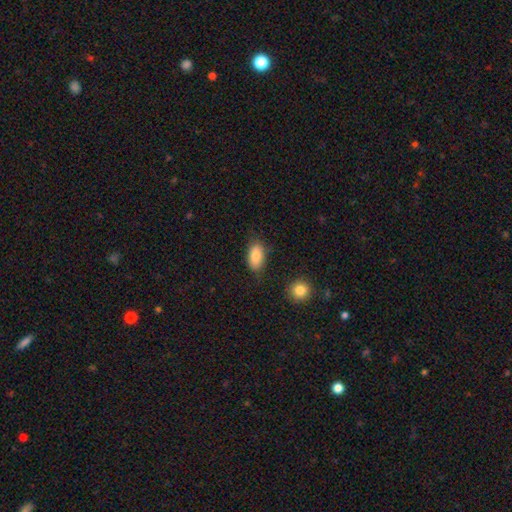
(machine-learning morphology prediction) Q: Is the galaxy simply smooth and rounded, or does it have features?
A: smooth — 84%.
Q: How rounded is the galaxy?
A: in between — 91%.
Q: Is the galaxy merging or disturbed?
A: none — 78%.